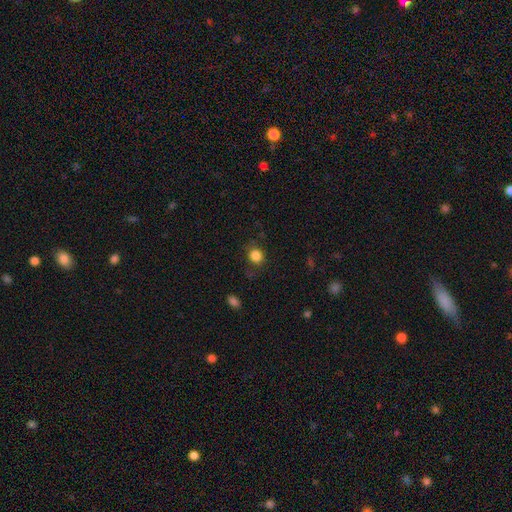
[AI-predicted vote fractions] Smooth or featured? Predicted: smooth (p=0.84). How rounded? Predicted: round (p=0.78). Merging? Predicted: none (p=0.79).